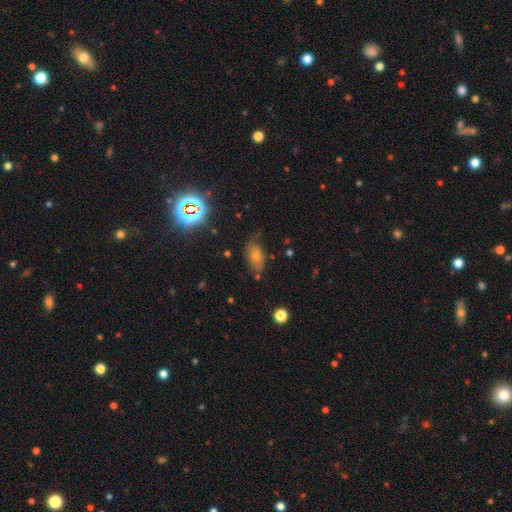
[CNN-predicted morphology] smooth 48%, star or artifact 28%, featured or disk 24%. Down the decision tree: merging — none (64%).